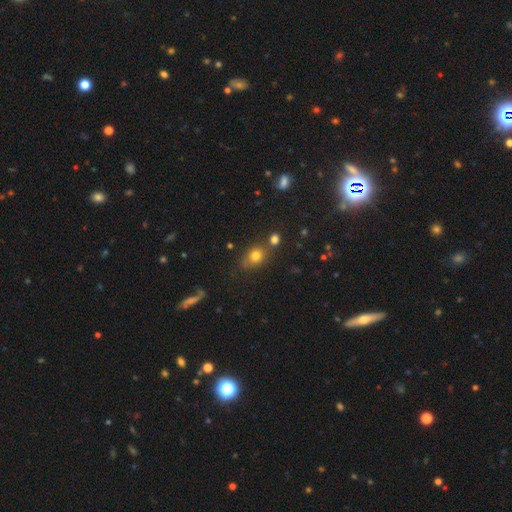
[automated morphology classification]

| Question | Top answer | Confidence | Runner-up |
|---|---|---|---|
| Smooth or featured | smooth | 76% | star or artifact (14%) |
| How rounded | round | 50% | in between (48%) |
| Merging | none | 63% | minor disturbance (16%) |